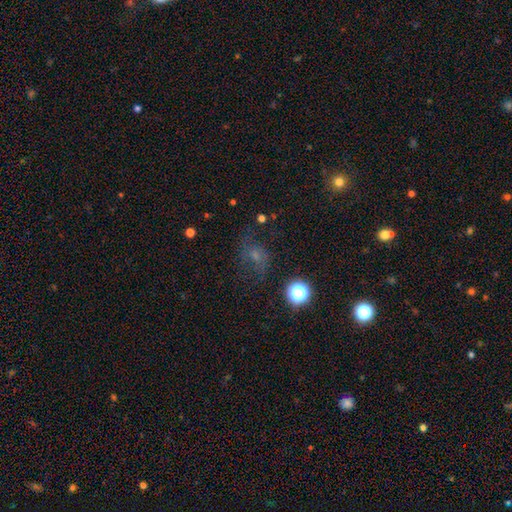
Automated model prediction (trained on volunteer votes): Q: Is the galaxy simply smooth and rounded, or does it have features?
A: smooth — 36%.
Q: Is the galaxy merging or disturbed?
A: none — 56%.